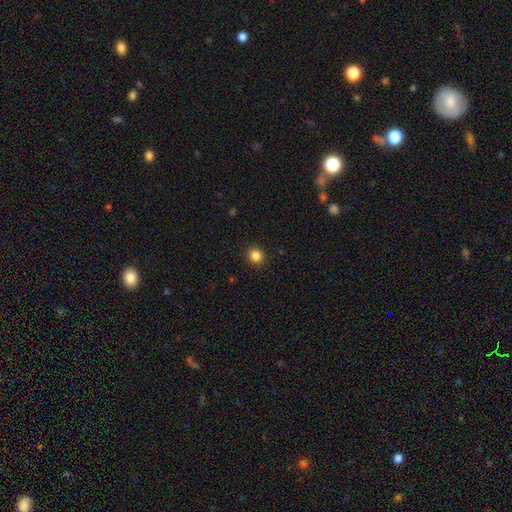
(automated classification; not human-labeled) Morphology: type=smooth (85%); roundness=round (84%); merging=none (92%).